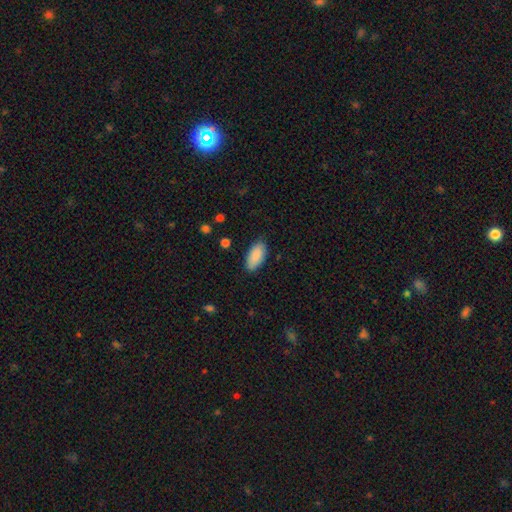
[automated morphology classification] Smooth or featured: smooth — 89% (star or artifact — 6%)
How rounded: in between — 92% (cigar-shaped — 6%)
Merging: none — 84% (minor disturbance — 13%)